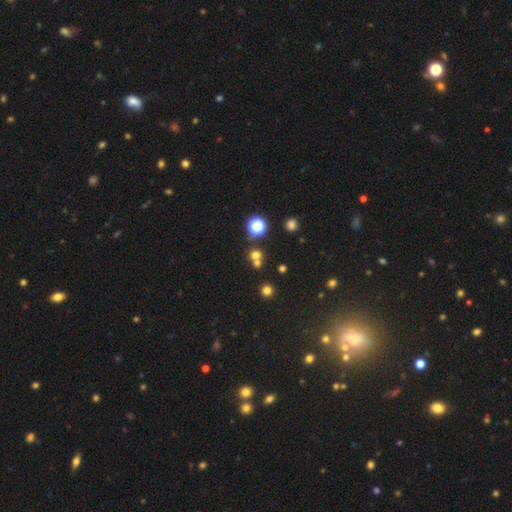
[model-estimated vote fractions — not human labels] smooth 62%, star or artifact 27%, featured or disk 11%. Down the decision tree: how rounded — round (84%); merging — none (53%).